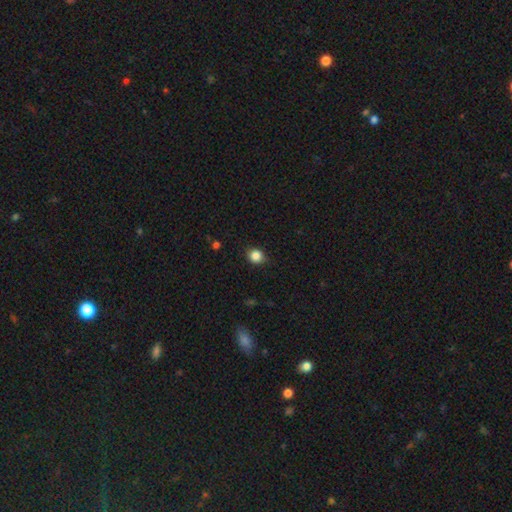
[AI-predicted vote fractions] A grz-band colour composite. It shows a smooth galaxy with no disk features (85%) that is round (76%). Merging: none (86%).